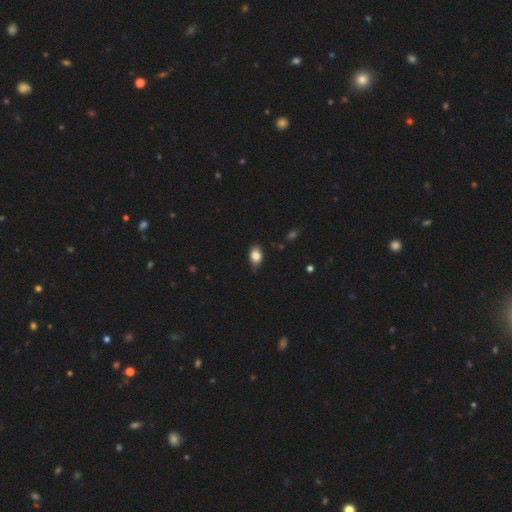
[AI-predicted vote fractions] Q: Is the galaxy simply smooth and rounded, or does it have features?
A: smooth — 83%.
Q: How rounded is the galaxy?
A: in between — 85%.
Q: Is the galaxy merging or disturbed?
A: none — 79%.